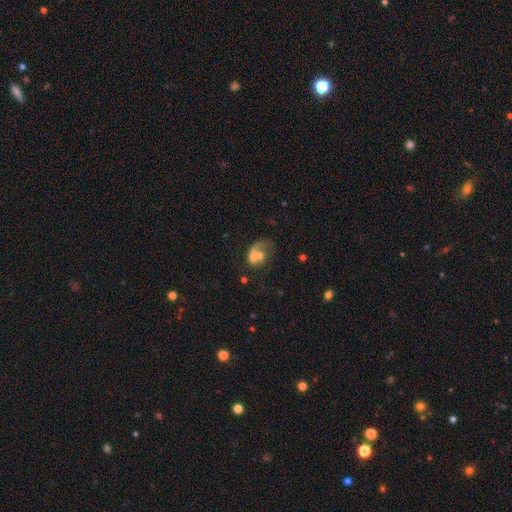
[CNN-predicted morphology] smooth_or_featured: featured or disk (p=0.50) [alt: smooth p=0.40]
merging: major disturbance (p=0.32) [tied with: merger p=0.32]